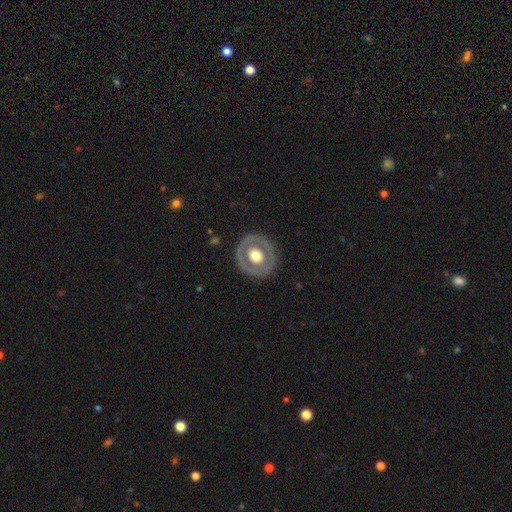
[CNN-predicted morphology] This is possibly a featured or disk galaxy (53%). It is clearly not viewed edge-on (93%). Merging: clearly none (84%).